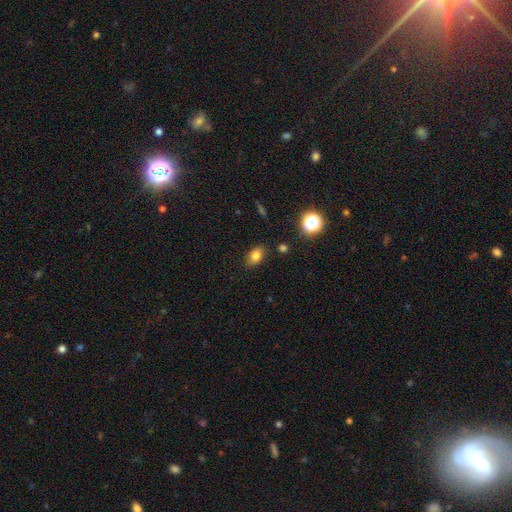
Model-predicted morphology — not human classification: Overall: smooth (79%). How rounded: in between (82%). Merging: none (83%).